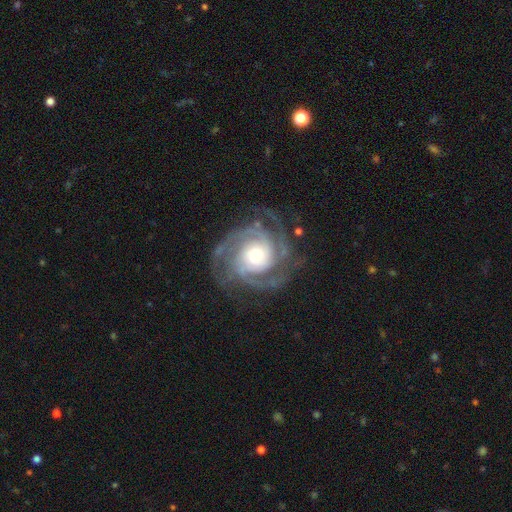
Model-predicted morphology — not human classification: This appears to be a featured or disk galaxy (92%) with no bar (74%), 3 (43%) tight (64%) spiral arms (98%) and a moderate central bulge (57%). Merging: none (78%).